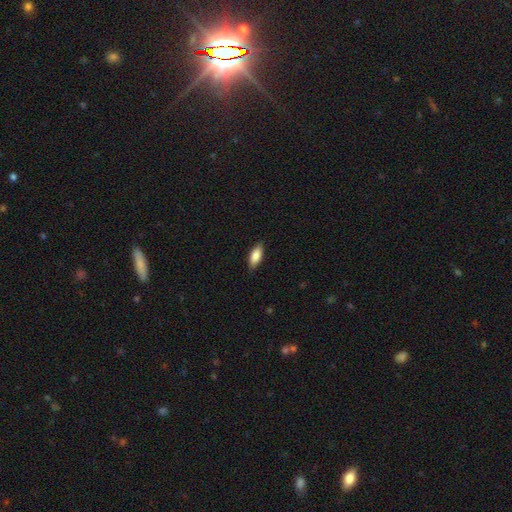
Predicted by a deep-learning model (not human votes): Smooth or featured?
  - smooth: 83% *
  - featured or disk: 11%
  - star or artifact: 6%
How rounded?
  - in between: 78% *
  - cigar-shaped: 19%
  - round: 2%
Merging?
  - none: 85% *
  - minor disturbance: 12%
  - major disturbance: 2%
  - merger: 1%